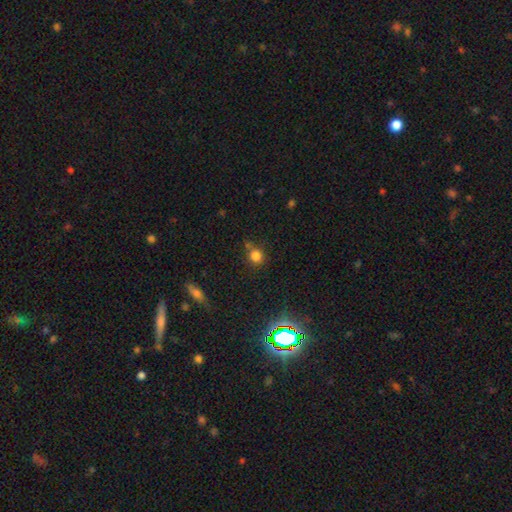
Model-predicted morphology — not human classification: Smooth or featured: smooth — 78% (star or artifact — 16%)
How rounded: round — 86% (in between — 13%)
Merging: none — 69% (minor disturbance — 14%)